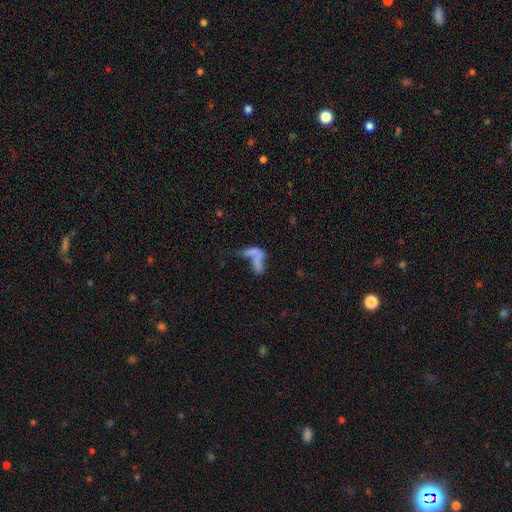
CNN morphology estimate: Smooth or featured? smooth (54%)
How rounded? in between (63%)
Merging? merger (51%)